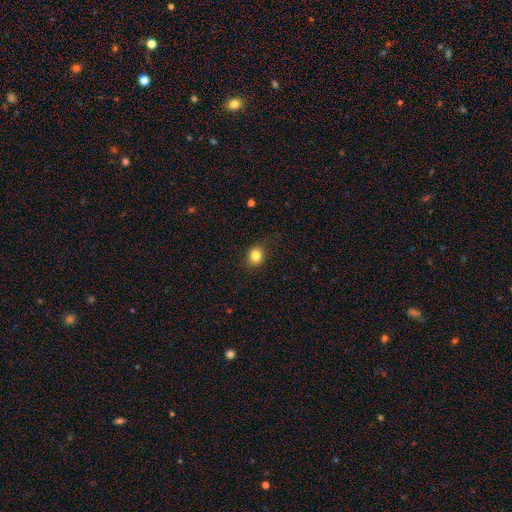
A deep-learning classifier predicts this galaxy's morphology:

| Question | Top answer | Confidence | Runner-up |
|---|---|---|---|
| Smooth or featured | smooth | 83% | star or artifact (11%) |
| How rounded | round | 69% | in between (30%) |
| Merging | none | 84% | minor disturbance (12%) |